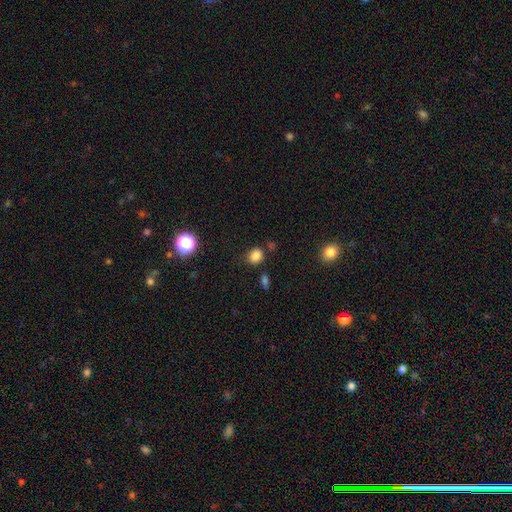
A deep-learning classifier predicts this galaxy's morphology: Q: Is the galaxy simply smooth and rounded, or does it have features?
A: smooth — 81%.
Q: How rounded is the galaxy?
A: round — 58%.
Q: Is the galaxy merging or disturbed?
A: none — 75%.